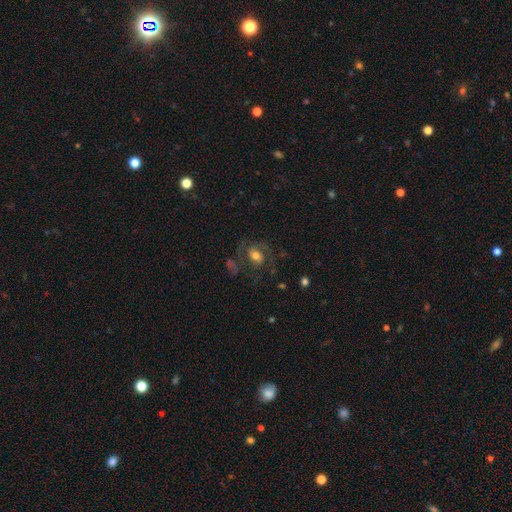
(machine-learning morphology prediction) A featured or disk galaxy (60%) with no bar (54%), spiral arms (81%) and a moderate central bulge (60%). Merging: none (56%).